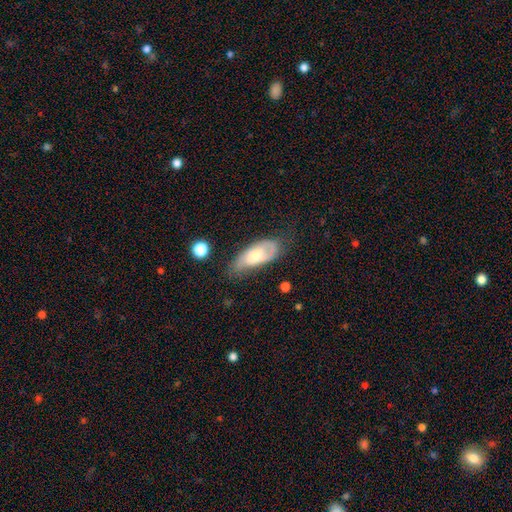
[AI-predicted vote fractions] Overall: featured or disk (53%; smooth 40%). Edge-on disk: no (88%). Merging: none (55%; minor disturbance 30%).